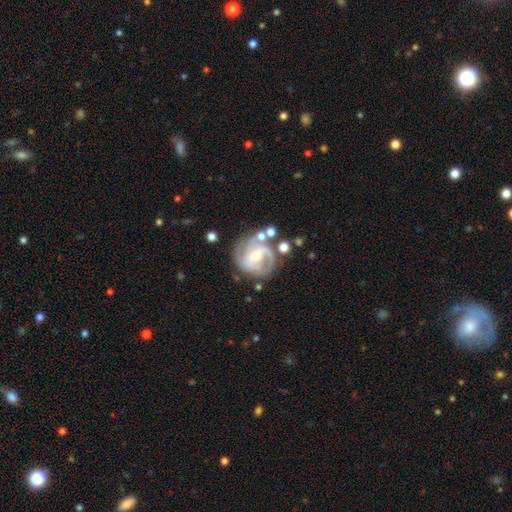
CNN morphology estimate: Smooth or featured? featured or disk (84%)
Edge-on disk? no (98%)
Bar? weak (44%)
Spiral arms? yes (95%)
Spiral winding? medium (46%)
Spiral arm count? 2 (40%)
Bulge size? moderate (49%)
Merging? none (63%)